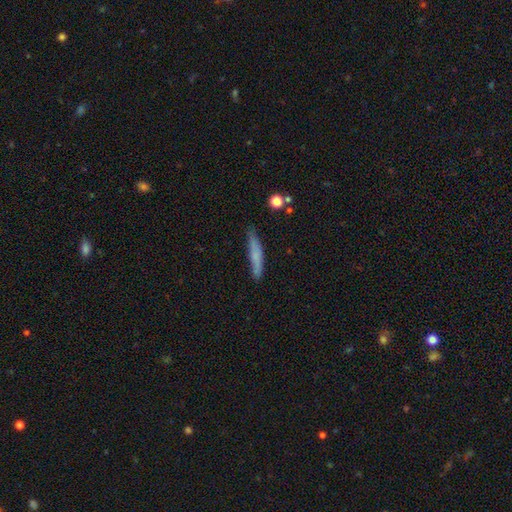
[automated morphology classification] Smooth or featured? Predicted: smooth (p=0.66). How rounded? Predicted: cigar-shaped (p=0.91). Merging? Predicted: none (p=0.79).